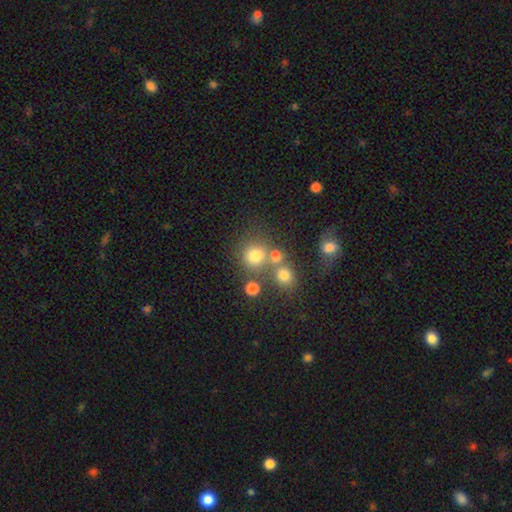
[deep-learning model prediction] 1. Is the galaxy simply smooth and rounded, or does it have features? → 72% smooth, 18% star or artifact, 10% featured or disk.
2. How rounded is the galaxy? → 86% round, 13% in between, 1% cigar-shaped.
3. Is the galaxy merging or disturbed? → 61% none, 23% merger, 10% minor disturbance, 6% major disturbance.